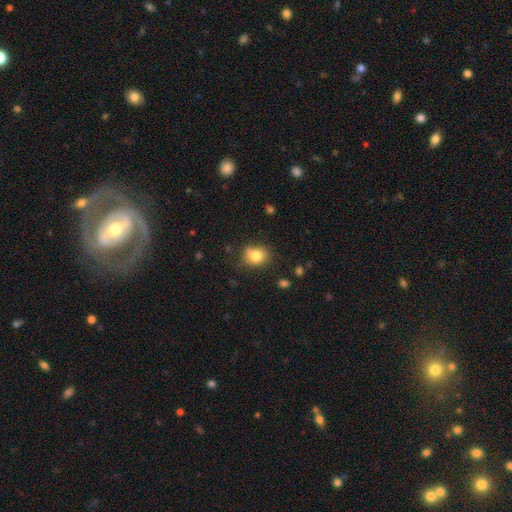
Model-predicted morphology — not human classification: Smooth or featured: smooth — 80% (star or artifact — 11%)
How rounded: round — 56% (in between — 43%)
Merging: none — 68% (minor disturbance — 22%)